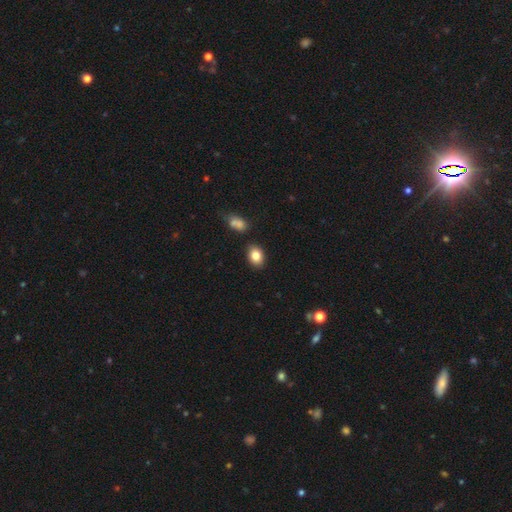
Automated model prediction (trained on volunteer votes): The model was most divided on "how rounded": in between: 72%, round: 27%, cigar-shaped: 1%. More confident: merging — none (83%); smooth or featured — smooth (83%).